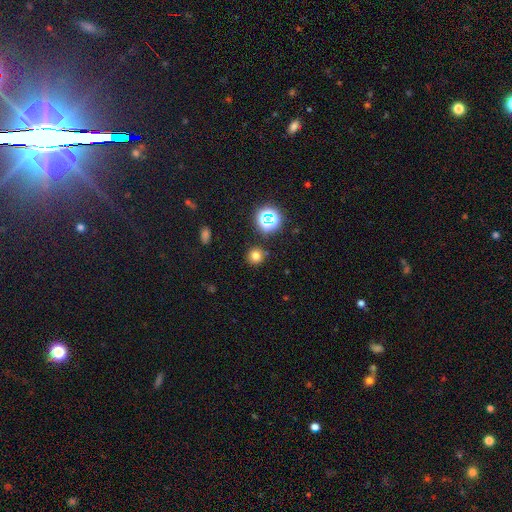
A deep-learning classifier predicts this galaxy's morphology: Smooth or featured?
  - smooth: 72% *
  - star or artifact: 21%
  - featured or disk: 6%
How rounded?
  - round: 92% *
  - in between: 7%
  - cigar-shaped: 1%
Merging?
  - none: 86% *
  - minor disturbance: 7%
  - merger: 4%
  - major disturbance: 3%